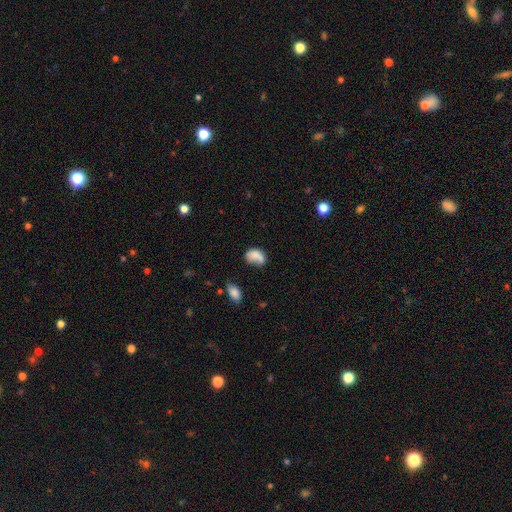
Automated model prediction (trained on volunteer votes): Q: Smooth or featured?
A: smooth (75%); runner-up: featured or disk (15%)
Q: How rounded?
A: in between (81%); runner-up: round (17%)
Q: Merging?
A: none (35%); runner-up: minor disturbance (27%)